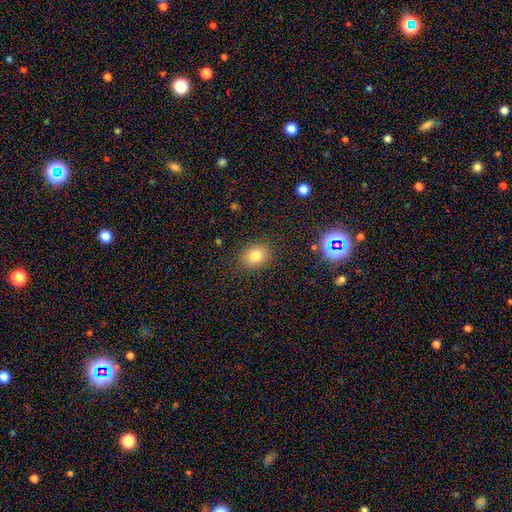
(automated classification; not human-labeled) smooth-or-featured: smooth: 80% | star or artifact: 13% | featured or disk: 8%
  how-rounded: in between: 57% | round: 42% | cigar-shaped: 1%
  merging: none: 86% | minor disturbance: 10% | major disturbance: 3% | merger: 1%